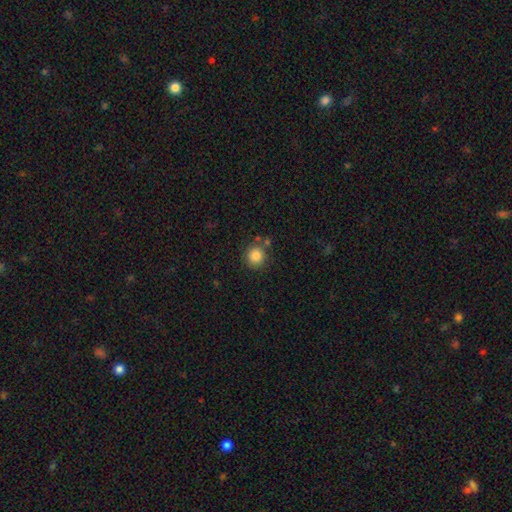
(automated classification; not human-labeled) Smooth or featured: smooth — 84% (star or artifact — 11%)
How rounded: round — 91% (in between — 8%)
Merging: none — 79% (minor disturbance — 10%)